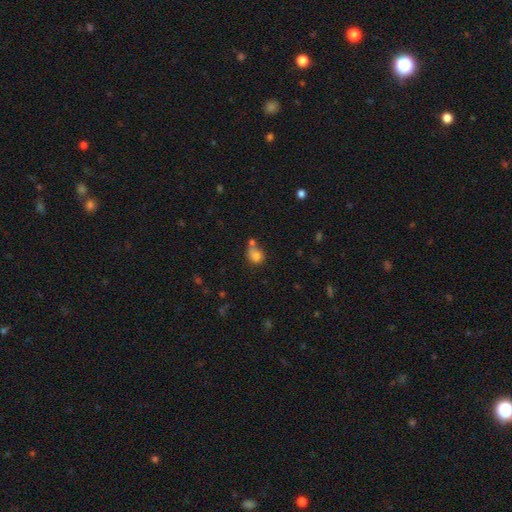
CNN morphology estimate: A smooth galaxy with no disk features (79%) that is round (69%).

Vote fractions:
- Smooth or featured? smooth: 79% / star or artifact: 11% / featured or disk: 10%
- How rounded? round: 69% / in between: 30% / cigar-shaped: 1%
- Merging? none: 43% / merger: 34% / minor disturbance: 16% / major disturbance: 7%